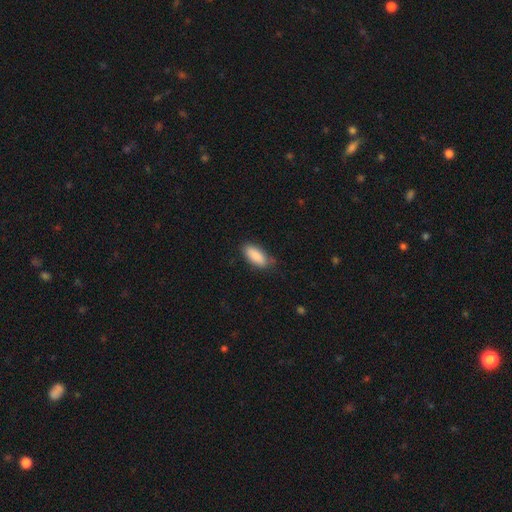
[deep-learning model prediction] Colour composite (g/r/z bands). It shows a smooth galaxy with no disk features (88%) that is in between round and cigar-shaped (81%). Merging: none (72%).